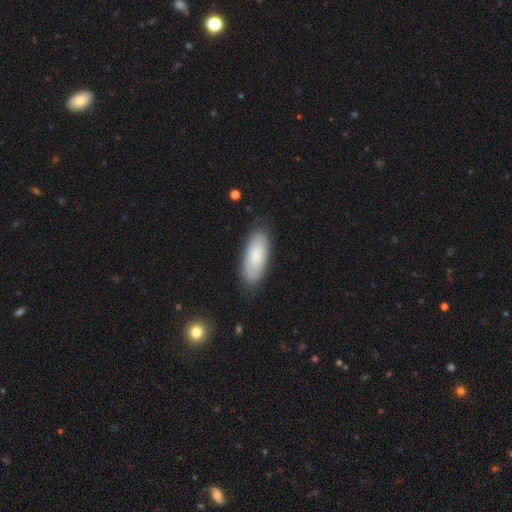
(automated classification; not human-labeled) Smooth or featured? smooth (83%)
How rounded? in between (71%)
Merging? none (84%)